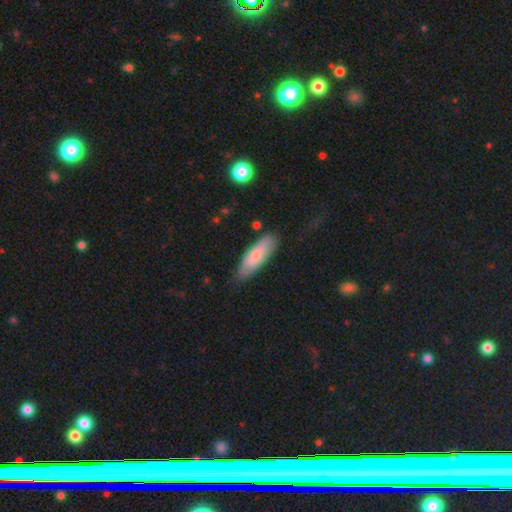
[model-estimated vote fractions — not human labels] Smooth or featured?
  - smooth: 74% *
  - featured or disk: 20%
  - star or artifact: 6%
How rounded?
  - in between: 52% *
  - cigar-shaped: 47%
  - round: 2%
Merging?
  - none: 78% *
  - minor disturbance: 17%
  - major disturbance: 3%
  - merger: 2%